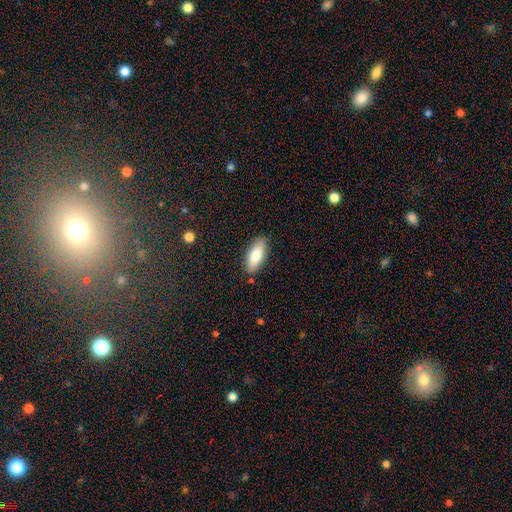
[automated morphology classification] Smooth or featured?
  - smooth: 78% *
  - featured or disk: 16%
  - star or artifact: 6%
How rounded?
  - in between: 77% *
  - cigar-shaped: 21%
  - round: 2%
Merging?
  - none: 85% *
  - minor disturbance: 11%
  - major disturbance: 2%
  - merger: 2%